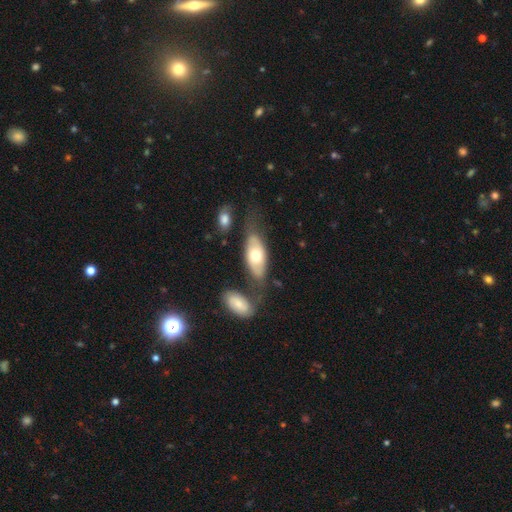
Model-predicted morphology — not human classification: type=smooth (57%); roundness=in between (84%); merging=none (52%).